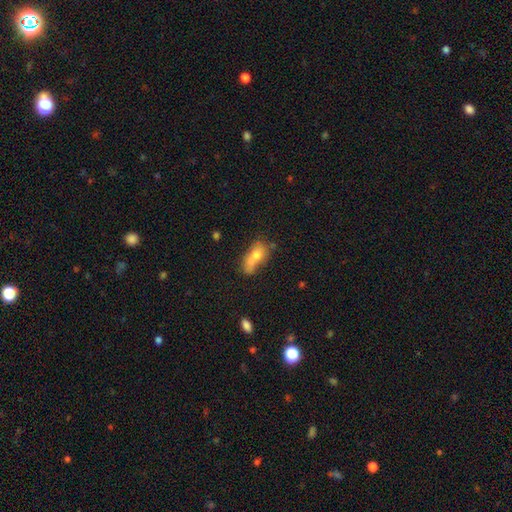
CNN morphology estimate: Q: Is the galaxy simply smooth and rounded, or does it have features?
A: smooth — 63%.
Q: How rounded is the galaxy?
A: in between — 69%.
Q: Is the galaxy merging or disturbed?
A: none — 34%.